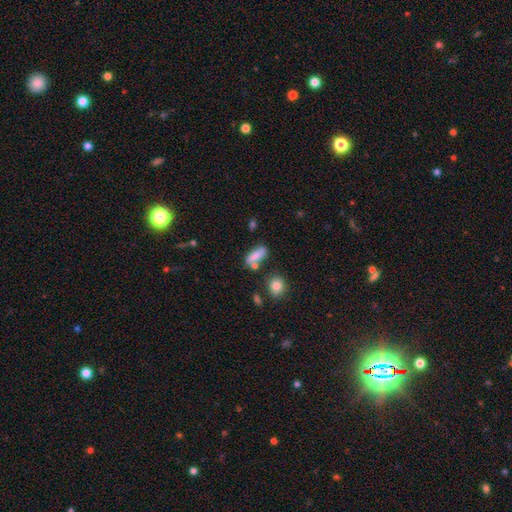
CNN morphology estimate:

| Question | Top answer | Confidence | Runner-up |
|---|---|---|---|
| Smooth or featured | smooth | 76% | featured or disk (15%) |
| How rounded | in between | 59% | cigar-shaped (36%) |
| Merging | none | 61% | minor disturbance (19%) |